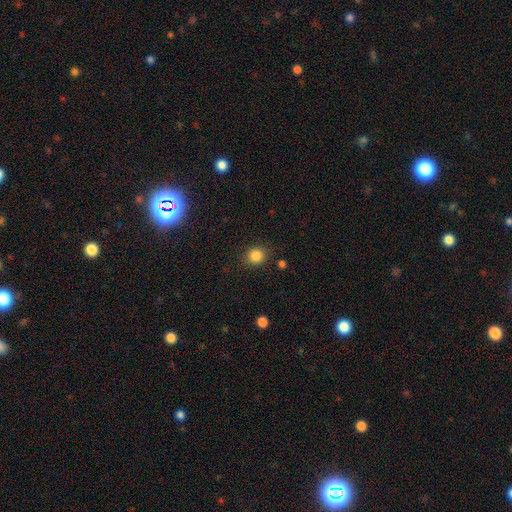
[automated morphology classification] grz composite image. It shows a smooth galaxy with no disk features (85%) that is round (82%). Merging: none (86%).